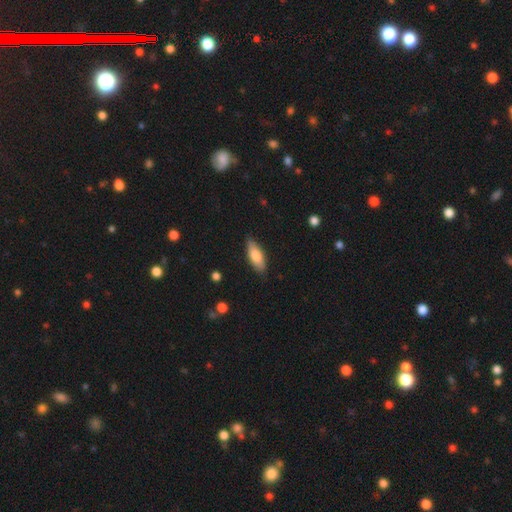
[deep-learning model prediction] Q: Smooth or featured?
A: smooth (73%); runner-up: featured or disk (21%)
Q: How rounded?
A: in between (71%); runner-up: cigar-shaped (27%)
Q: Merging?
A: none (85%); runner-up: minor disturbance (12%)